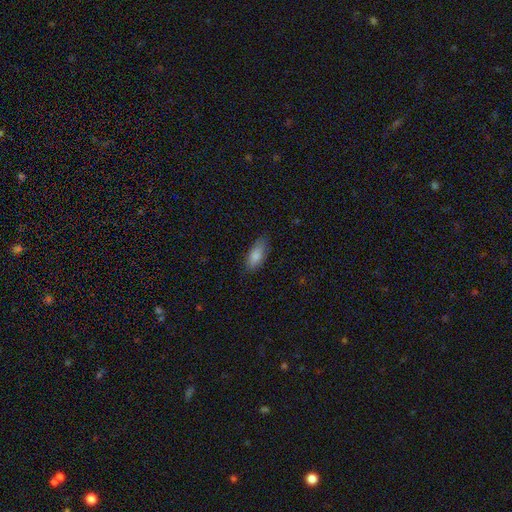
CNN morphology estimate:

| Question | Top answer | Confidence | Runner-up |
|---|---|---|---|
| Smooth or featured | smooth | 84% | featured or disk (10%) |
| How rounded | in between | 81% | cigar-shaped (17%) |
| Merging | none | 81% | minor disturbance (15%) |